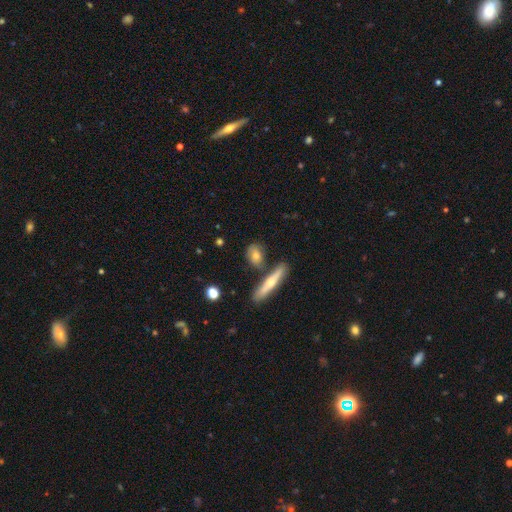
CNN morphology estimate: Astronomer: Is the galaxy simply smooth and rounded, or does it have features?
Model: smooth — 59%.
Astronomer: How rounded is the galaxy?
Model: in between — 55%.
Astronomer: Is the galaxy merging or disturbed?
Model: none — 67%.